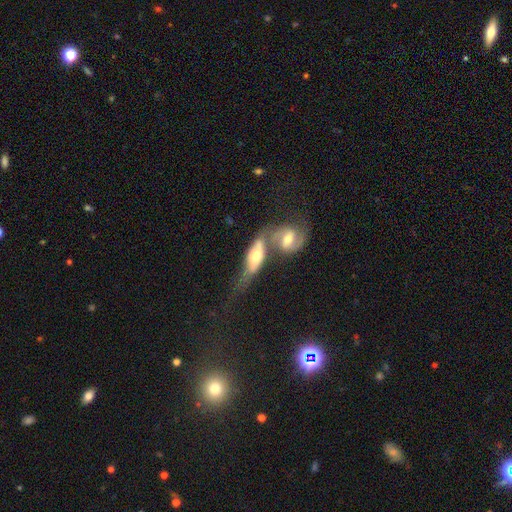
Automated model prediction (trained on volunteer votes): A featured or disk galaxy (58%). Merging: merger (63%).